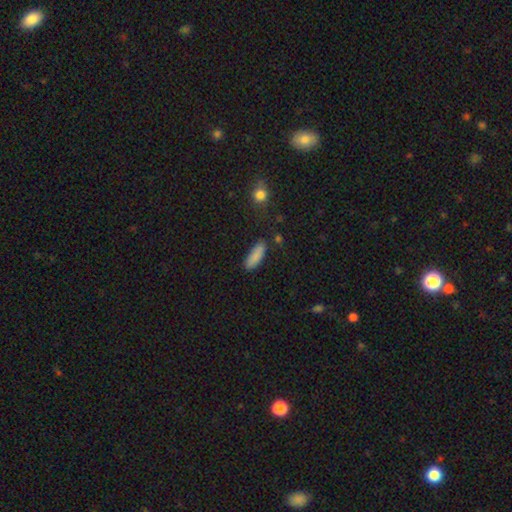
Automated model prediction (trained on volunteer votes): Smooth or featured?
  - smooth: 87% *
  - star or artifact: 7%
  - featured or disk: 6%
How rounded?
  - in between: 61% *
  - cigar-shaped: 37%
  - round: 2%
Merging?
  - none: 79% *
  - minor disturbance: 15%
  - major disturbance: 3%
  - merger: 3%